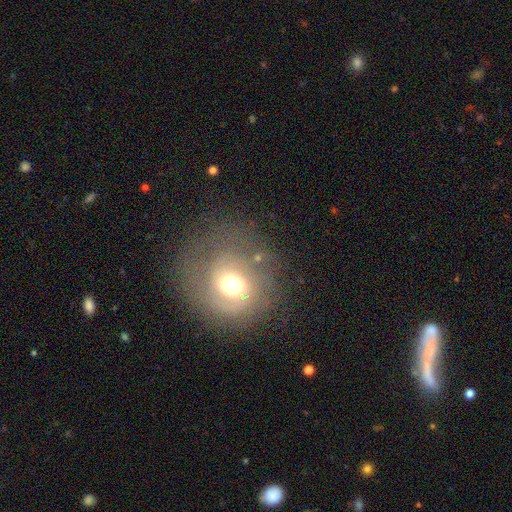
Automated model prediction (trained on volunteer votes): Morphology: type=featured or disk (53%); edge-on=no (97%); bar=no (63%); spiral arms=yes (67%); bulge=moderate (65%); merging=none (61%).